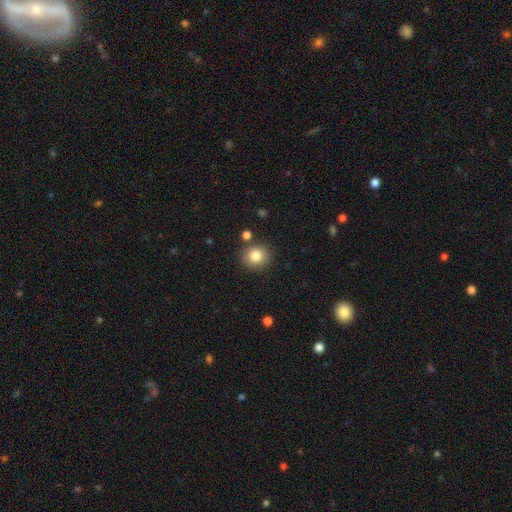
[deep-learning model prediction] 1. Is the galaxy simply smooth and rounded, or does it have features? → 82% smooth, 11% star or artifact, 7% featured or disk.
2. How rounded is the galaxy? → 84% round, 15% in between, 1% cigar-shaped.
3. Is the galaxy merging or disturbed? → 84% none, 8% minor disturbance, 5% merger, 2% major disturbance.